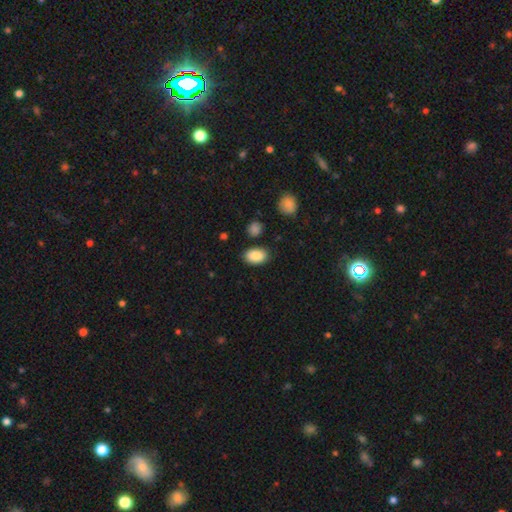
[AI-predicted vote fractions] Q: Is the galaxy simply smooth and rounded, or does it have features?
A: smooth — 87%.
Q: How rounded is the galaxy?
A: in between — 87%.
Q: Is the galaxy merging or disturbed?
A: none — 85%.